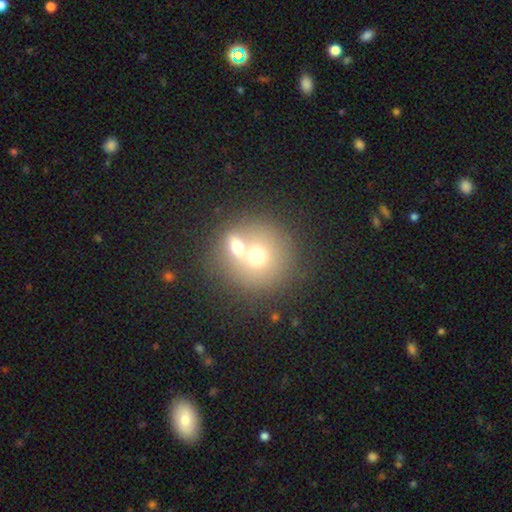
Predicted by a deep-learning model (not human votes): Morphology: type=smooth (64%); roundness=round (86%); merging=merger (55%).